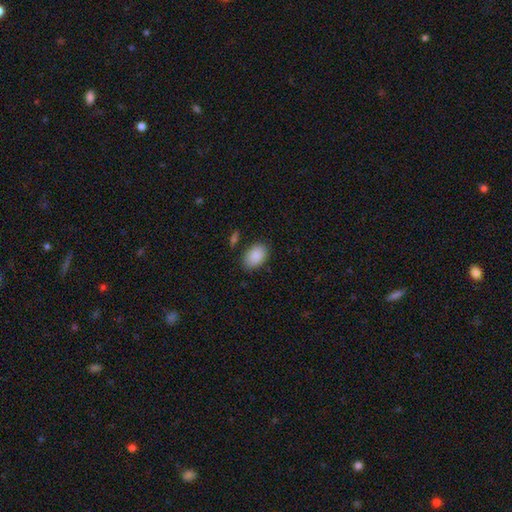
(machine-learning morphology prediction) type=smooth (89%); roundness=in between (88%); merging=none (82%).